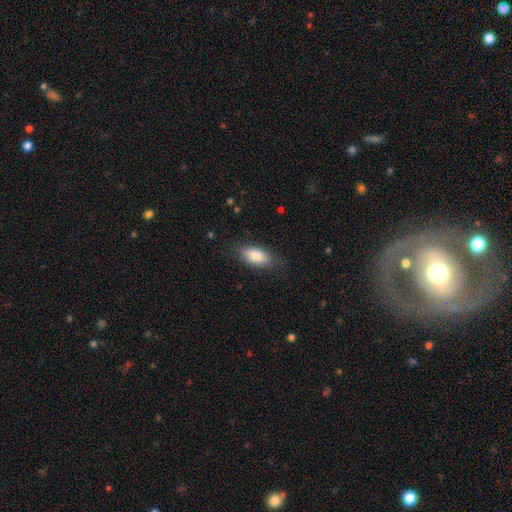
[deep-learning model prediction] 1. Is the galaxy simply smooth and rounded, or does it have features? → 84% smooth, 9% featured or disk, 6% star or artifact.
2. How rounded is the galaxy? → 88% in between, 9% cigar-shaped, 3% round.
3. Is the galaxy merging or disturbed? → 77% none, 17% minor disturbance, 5% major disturbance, 1% merger.